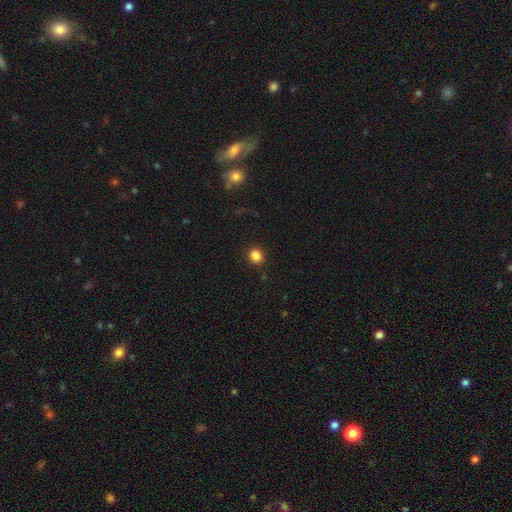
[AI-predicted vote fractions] smooth-or-featured: smooth: 85% | star or artifact: 11% | featured or disk: 3%
  how-rounded: round: 85% | in between: 14% | cigar-shaped: 1%
  merging: none: 91% | minor disturbance: 6% | major disturbance: 2% | merger: 1%